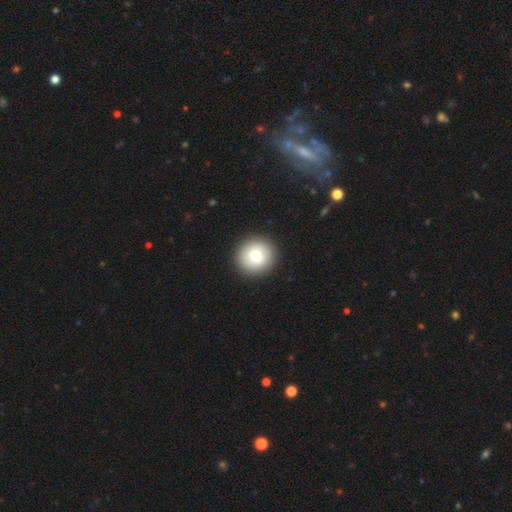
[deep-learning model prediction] Overall: smooth (76%). How rounded: round (94%). Merging: none (93%).